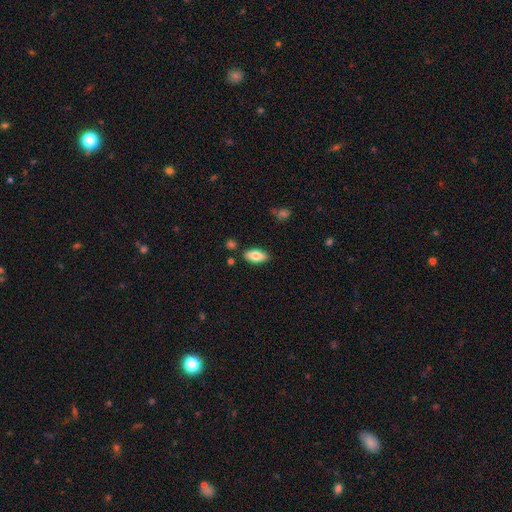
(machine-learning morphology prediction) Overall: smooth (79%). How rounded: in between (87%). Merging: none (84%).